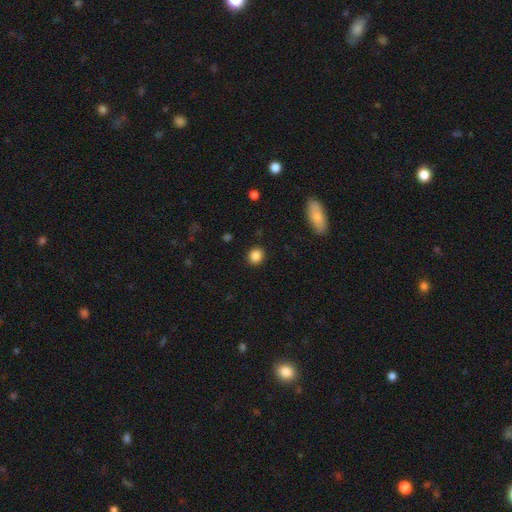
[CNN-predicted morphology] The model was most divided on "how rounded": round: 83%, in between: 15%, cigar-shaped: 1%. More confident: merging — none (91%); smooth or featured — smooth (86%).